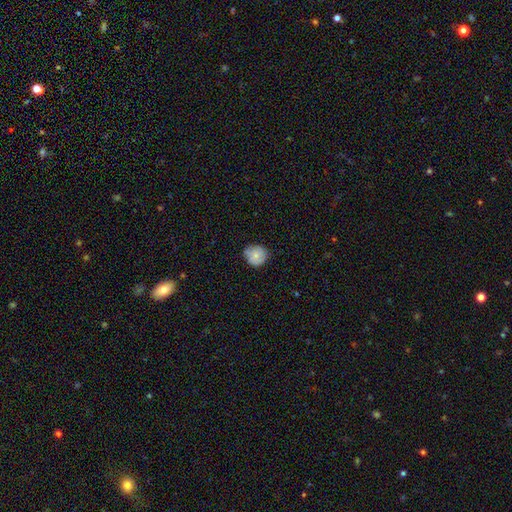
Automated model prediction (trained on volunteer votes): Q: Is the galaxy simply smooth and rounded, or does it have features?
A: smooth — 74%.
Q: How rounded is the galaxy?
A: round — 83%.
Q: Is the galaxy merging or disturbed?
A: none — 66%.